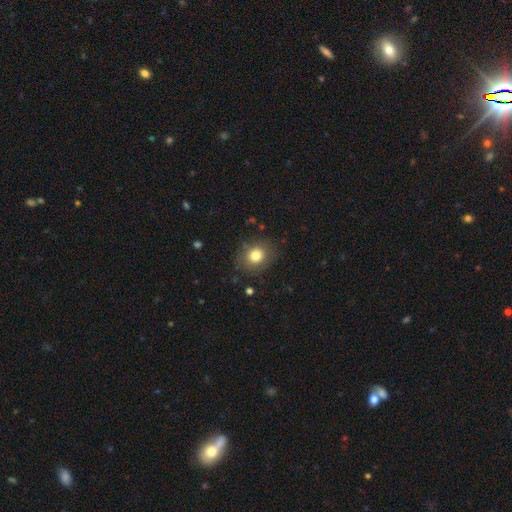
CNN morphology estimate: Overall: smooth (79%). How rounded: round (71%). Merging: none (83%).